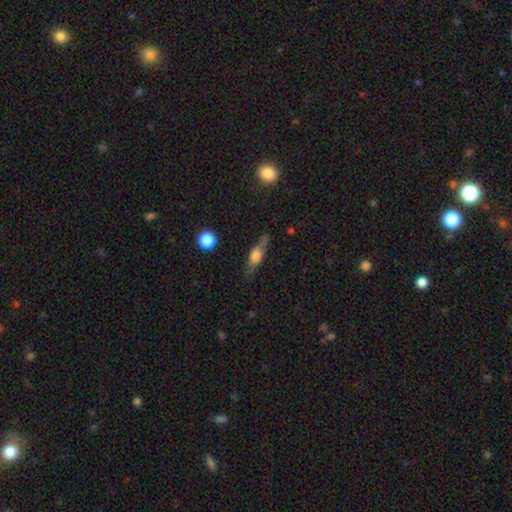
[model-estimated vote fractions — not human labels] Morphology: type=smooth (48%); merging=none (67%).